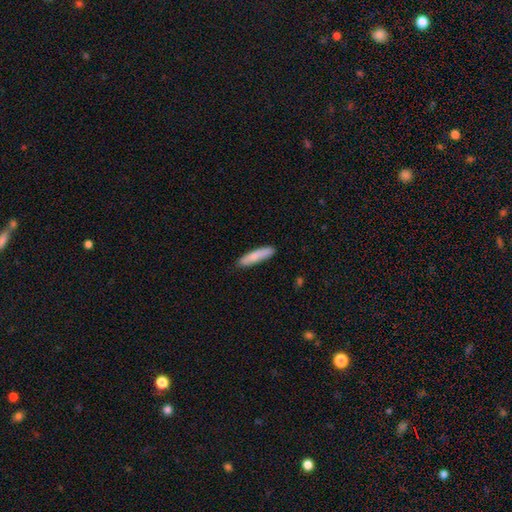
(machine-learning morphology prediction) Smooth or featured? Predicted: smooth (p=0.83). How rounded? Predicted: cigar-shaped (p=0.82). Merging? Predicted: none (p=0.86).